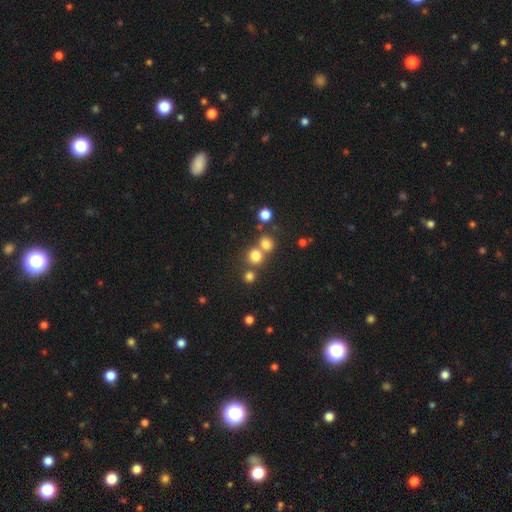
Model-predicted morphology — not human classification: Overall: smooth (75%). How rounded: round (86%). Merging: none (56%; merger 33%).